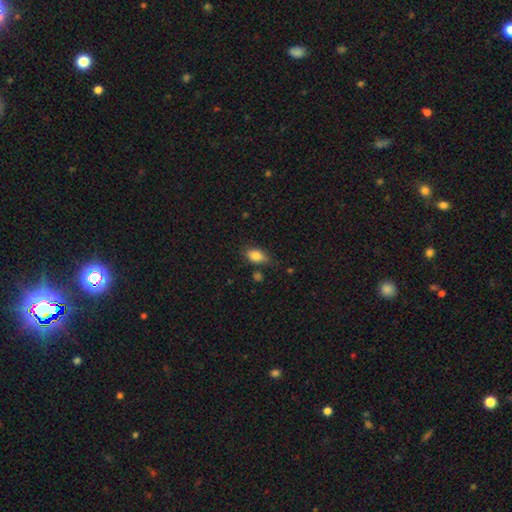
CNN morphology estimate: A smooth galaxy with no disk features (84%) that is in between round and cigar-shaped (85%).

Vote fractions:
- Smooth or featured? smooth: 84% / star or artifact: 9% / featured or disk: 7%
- How rounded? in between: 85% / round: 11% / cigar-shaped: 4%
- Merging? none: 65% / minor disturbance: 25% / major disturbance: 6% / merger: 4%